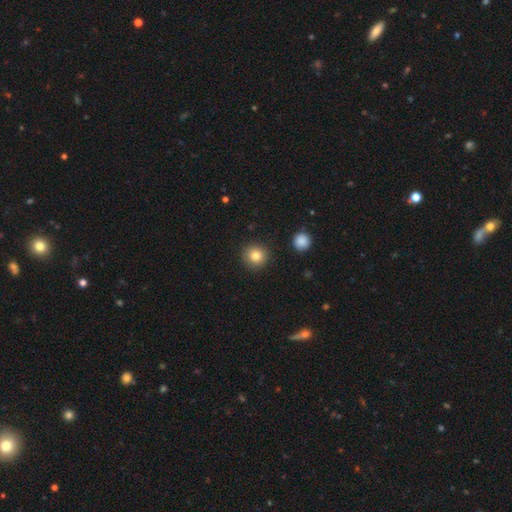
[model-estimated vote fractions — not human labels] Q: Smooth or featured?
A: smooth (81%); runner-up: star or artifact (11%)
Q: How rounded?
A: round (94%); runner-up: in between (5%)
Q: Merging?
A: none (91%); runner-up: minor disturbance (6%)